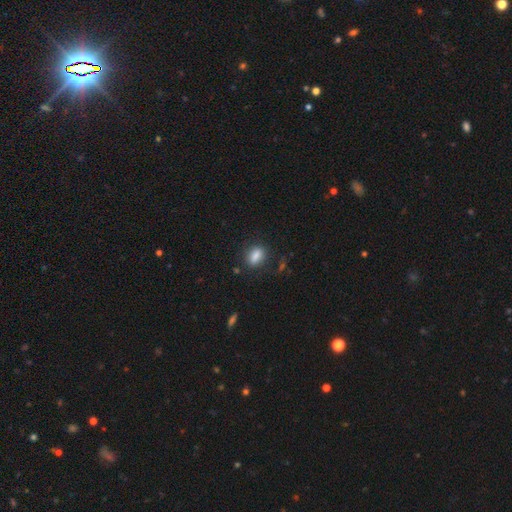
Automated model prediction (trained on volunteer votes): The model was most divided on "merging": none: 77%, minor disturbance: 15%, major disturbance: 5%, merger: 3%. More confident: smooth or featured — smooth (84%); how rounded — in between (78%).